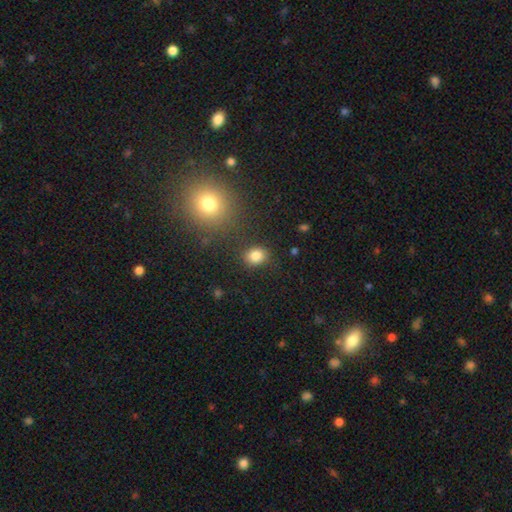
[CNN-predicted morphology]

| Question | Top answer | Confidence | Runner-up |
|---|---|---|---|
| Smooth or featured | smooth | 83% | star or artifact (11%) |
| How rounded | round | 59% | in between (40%) |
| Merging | none | 84% | minor disturbance (9%) |